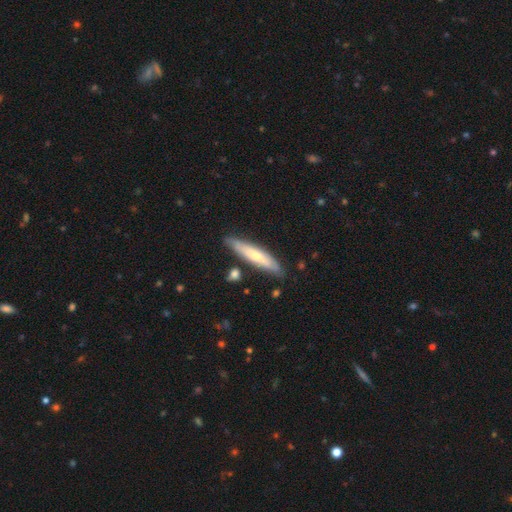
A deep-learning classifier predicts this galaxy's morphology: A smooth galaxy with no disk features (56%) that is cigar-shaped (85%). Merging: none (80%).